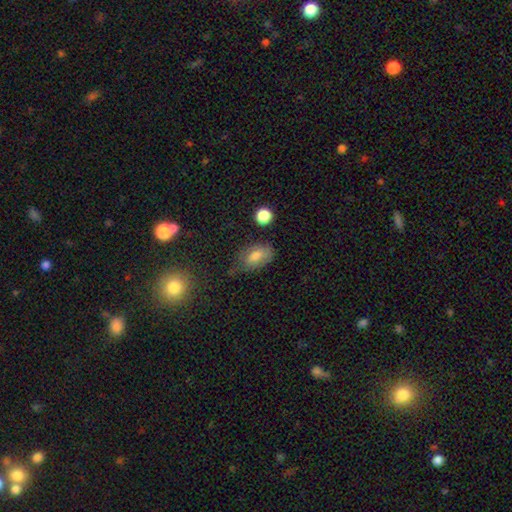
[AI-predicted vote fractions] smooth 75%, featured or disk 15%, star or artifact 10%. Down the decision tree: how rounded — in between (88%); merging — none (58%).